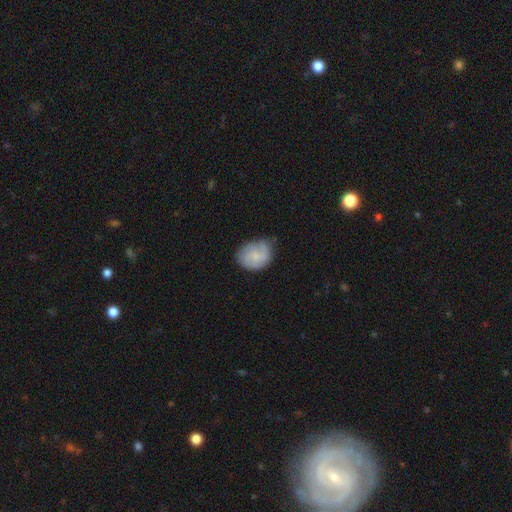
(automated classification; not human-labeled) A smooth galaxy with no disk features (53%) that is round (51%).

Vote fractions:
- Smooth or featured? smooth: 53% / featured or disk: 40% / star or artifact: 7%
- How rounded? round: 51% / in between: 48% / cigar-shaped: 1%
- Merging? none: 59% / minor disturbance: 30% / major disturbance: 9% / merger: 2%